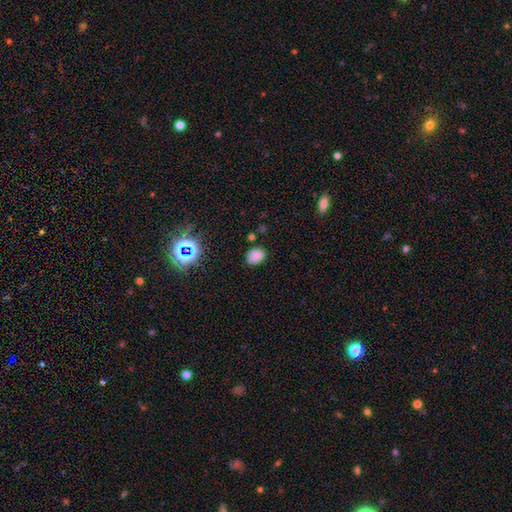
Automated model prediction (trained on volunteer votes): Morphology: type=smooth (78%); roundness=in between (60%); merging=none (77%).